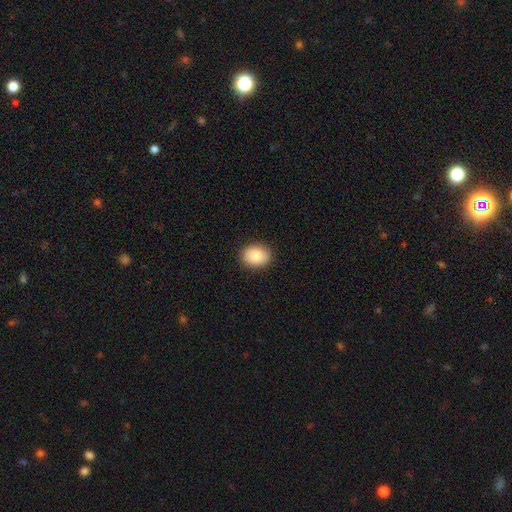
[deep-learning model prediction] Smooth or featured? smooth (86%)
How rounded? in between (58%)
Merging? none (89%)